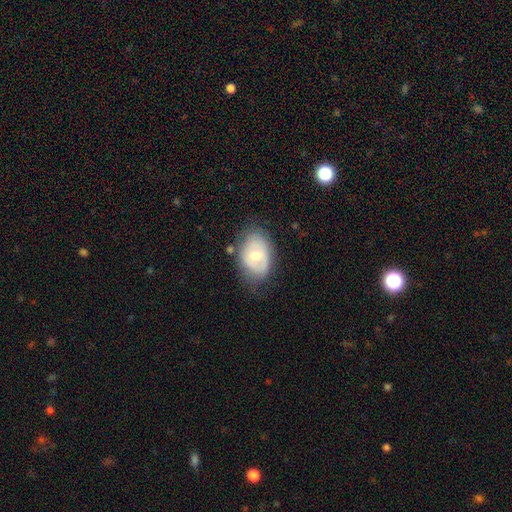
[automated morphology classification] smooth_or_featured: smooth (p=0.50) [alt: featured or disk p=0.44]
merging: none (p=0.65) [alt: minor disturbance p=0.23]